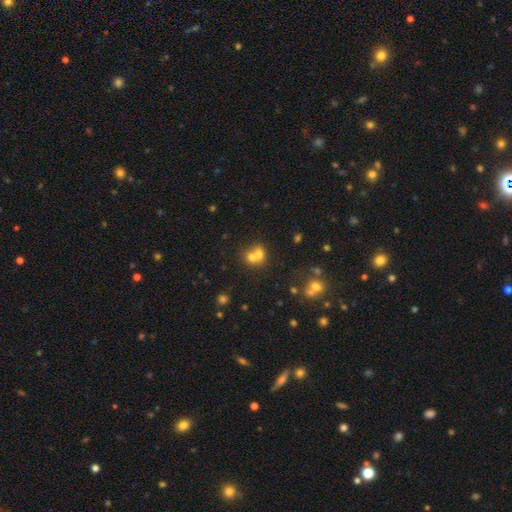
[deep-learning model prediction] smooth 66%, featured or disk 19%, star or artifact 15%. Down the decision tree: how rounded — round (68%); merging — merger (65%).